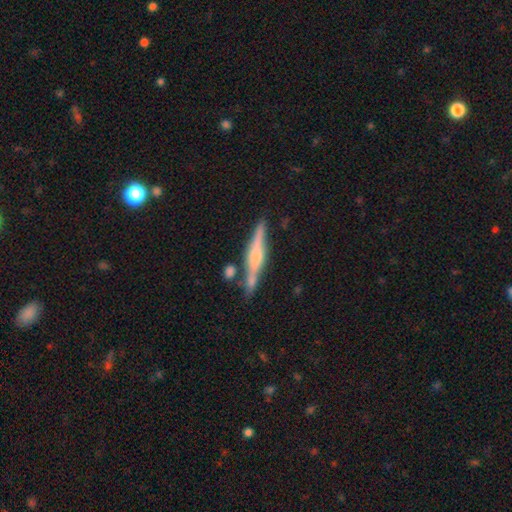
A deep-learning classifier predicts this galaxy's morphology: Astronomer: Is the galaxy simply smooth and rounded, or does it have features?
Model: featured or disk — 73%.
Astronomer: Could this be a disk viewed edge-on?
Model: yes — 97%.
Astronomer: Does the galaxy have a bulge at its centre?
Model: rounded — 71%.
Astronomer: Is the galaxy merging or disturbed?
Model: none — 81%.